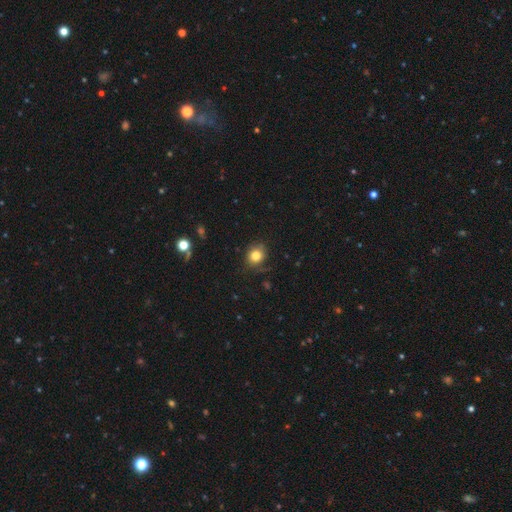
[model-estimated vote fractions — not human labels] The model was most divided on "how rounded": round: 73%, in between: 26%, cigar-shaped: 1%. More confident: smooth or featured — smooth (80%); merging — none (73%).